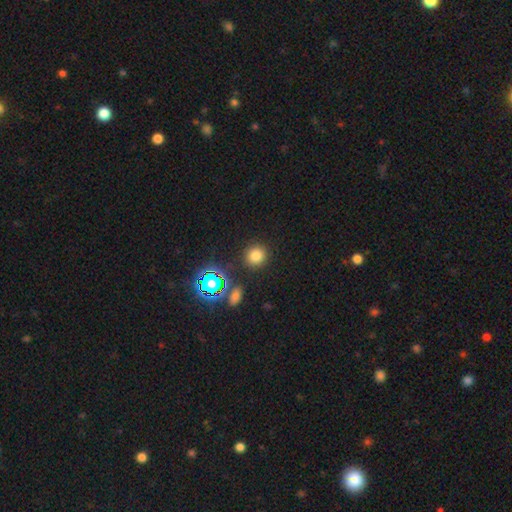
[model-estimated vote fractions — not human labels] This appears to be a smooth galaxy with no disk features (75%) that is round (88%). Merging: none (87%).